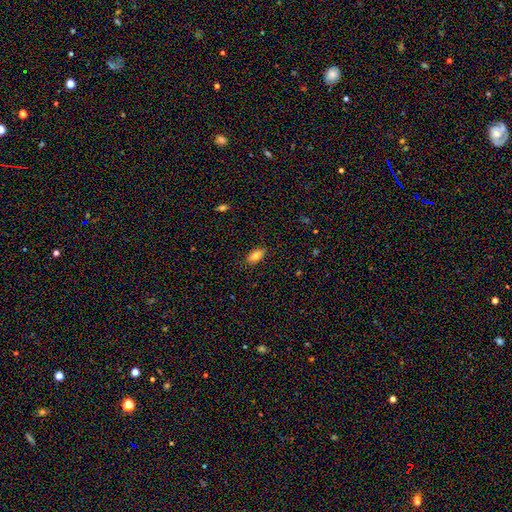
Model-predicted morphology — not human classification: Overall: smooth (80%). How rounded: in between (88%). Merging: none (83%).